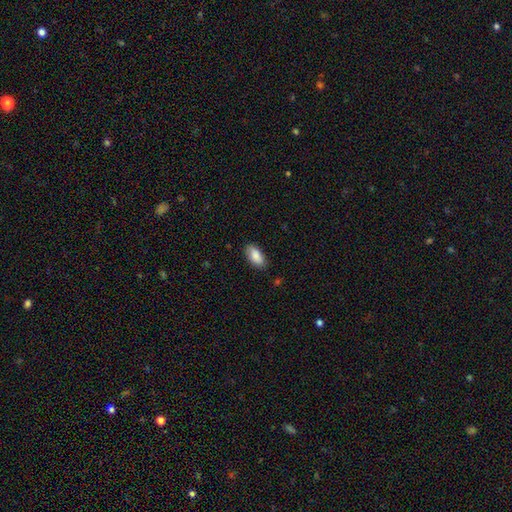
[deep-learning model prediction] smooth 88%, featured or disk 6%, star or artifact 6%. Down the decision tree: how rounded — in between (92%); merging — none (85%).